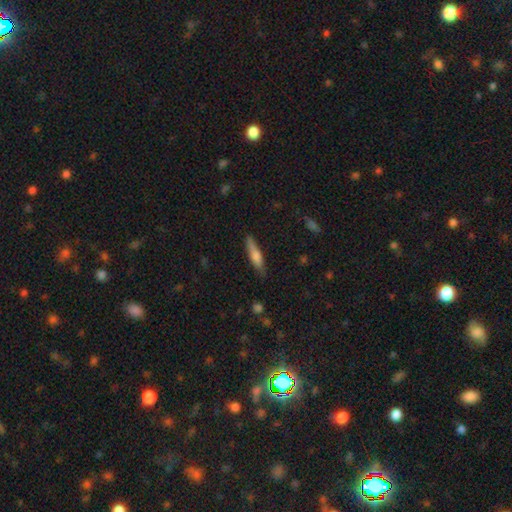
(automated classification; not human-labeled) Morphology: type=smooth (67%); roundness=cigar-shaped (80%); merging=none (80%).